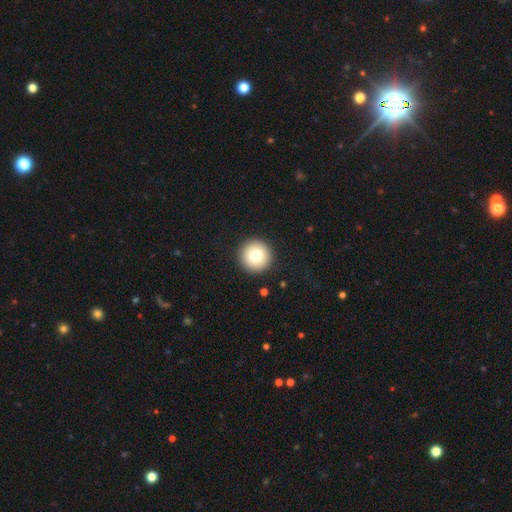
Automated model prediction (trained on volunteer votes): This is likely a smooth galaxy (76%). How rounded: clearly round (96%). Merging: clearly none (93%).